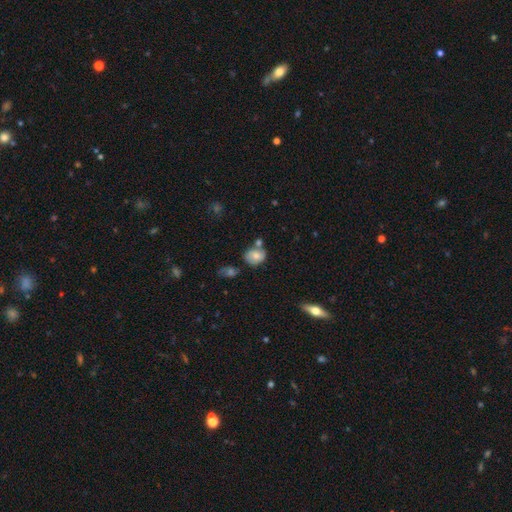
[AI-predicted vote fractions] Smooth or featured? Predicted: smooth (p=0.72). How rounded? Predicted: round (p=0.57). Merging? Predicted: none (p=0.56).